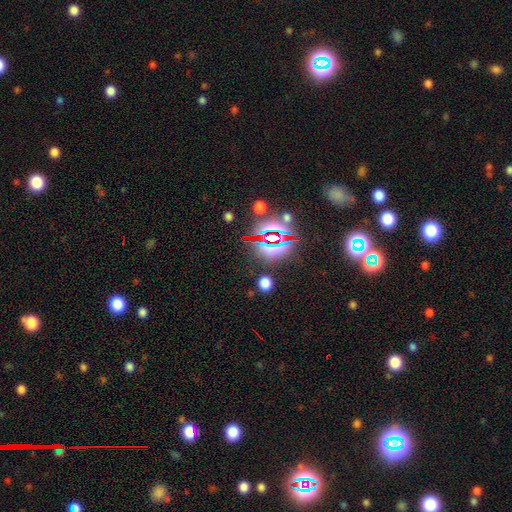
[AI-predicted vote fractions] A star or artifact, not a galaxy (80%).